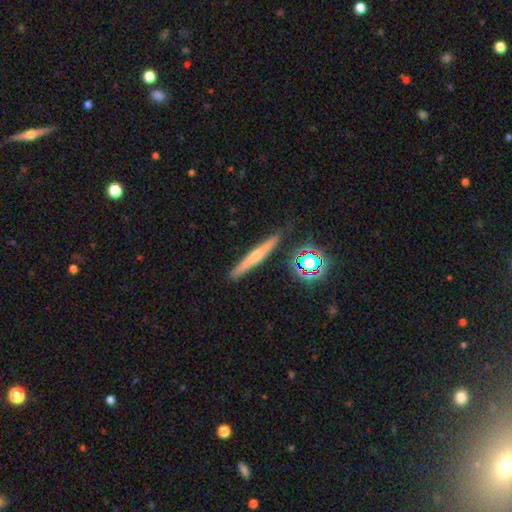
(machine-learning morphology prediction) A smooth galaxy with no disk features (47%).

Vote fractions:
- Smooth or featured? smooth: 47% / featured or disk: 42% / star or artifact: 11%
- Merging? none: 87% / minor disturbance: 9% / merger: 2% / major disturbance: 2%